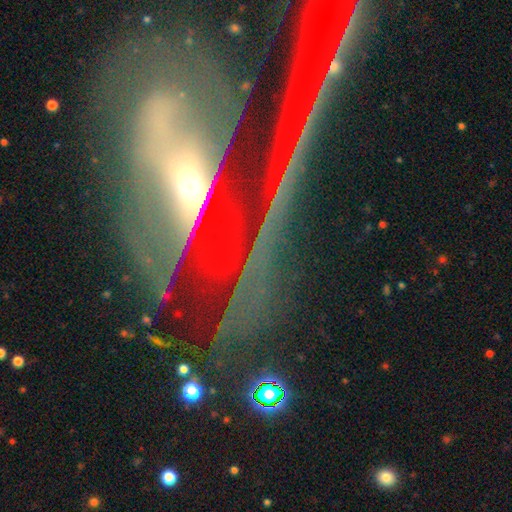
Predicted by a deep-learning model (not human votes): This appears to be a featured or disk galaxy (64%). Merging: none (52%).